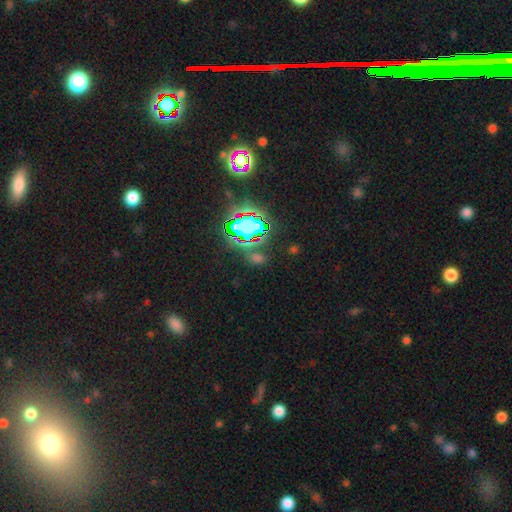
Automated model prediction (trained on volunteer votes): Smooth or featured? star or artifact (68%)